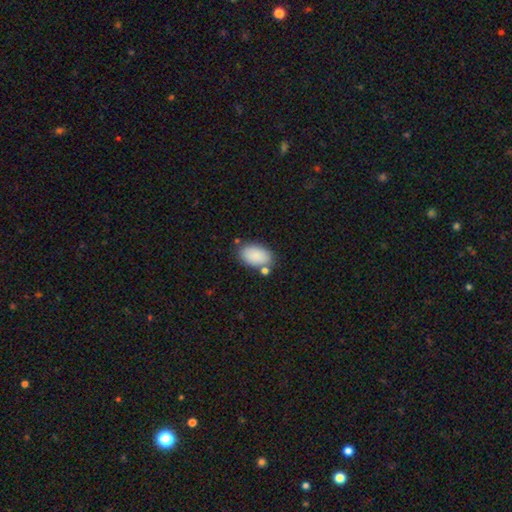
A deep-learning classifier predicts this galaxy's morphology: The model was most divided on "merging": none: 72%, minor disturbance: 14%, merger: 10%, major disturbance: 4%. More confident: how rounded — in between (93%); smooth or featured — smooth (88%).